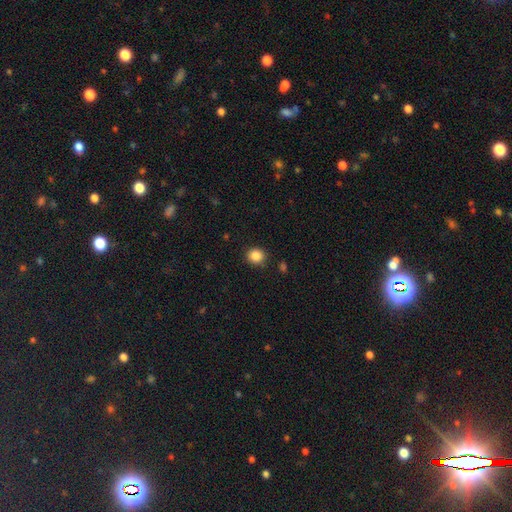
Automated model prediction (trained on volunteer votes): A smooth galaxy with no disk features (87%) that is round (84%). Merging: none (87%).